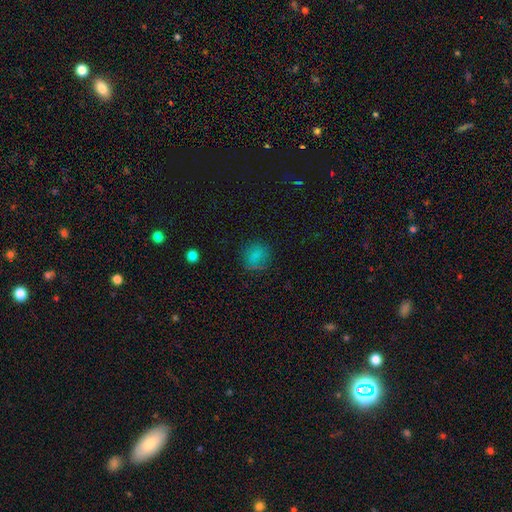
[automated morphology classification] The model was most divided on "smooth or featured": smooth: 74%, star or artifact: 18%, featured or disk: 8%. More confident: how rounded — round (80%); merging — none (78%).